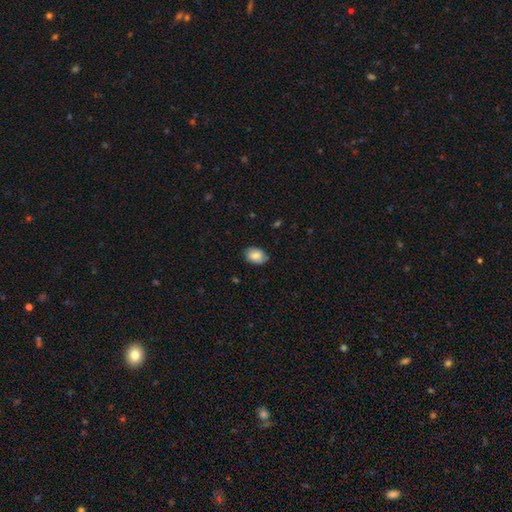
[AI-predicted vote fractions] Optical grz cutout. It shows a smooth galaxy with no disk features (82%) that is in between round and cigar-shaped (77%). Merging: none (82%).